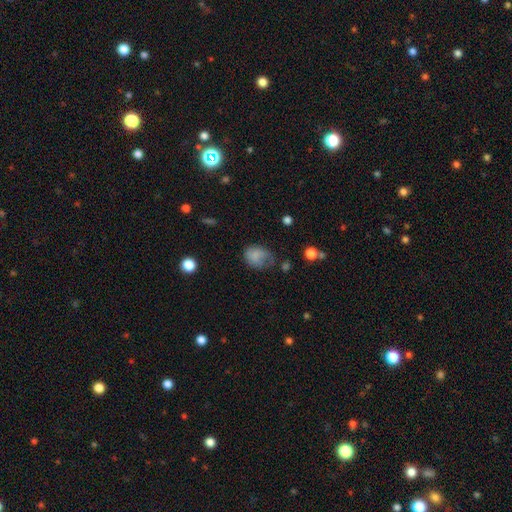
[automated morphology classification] Smooth or featured? Predicted: smooth (p=0.74). How rounded? Predicted: in between (p=0.57). Merging? Predicted: none (p=0.42).